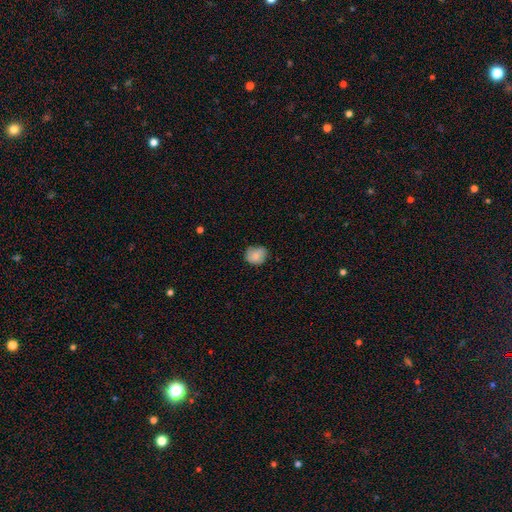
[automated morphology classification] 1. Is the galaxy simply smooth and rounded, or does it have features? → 80% smooth, 12% featured or disk, 8% star or artifact.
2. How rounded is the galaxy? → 66% round, 33% in between, 1% cigar-shaped.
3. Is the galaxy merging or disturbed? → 67% none, 26% minor disturbance, 5% major disturbance, 1% merger.